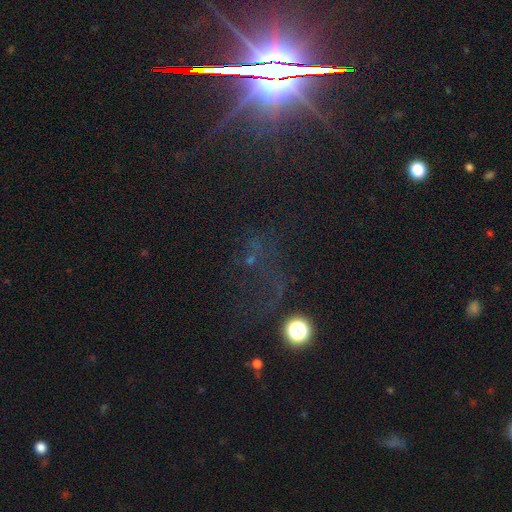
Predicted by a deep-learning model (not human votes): Overall: star or artifact (65%).